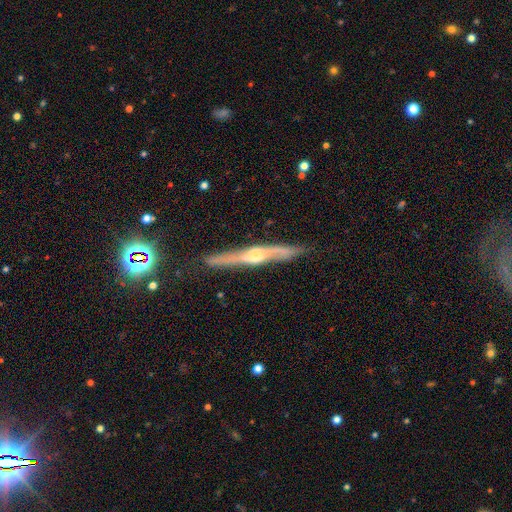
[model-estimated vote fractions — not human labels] A featured or disk galaxy (77%) viewed edge-on (92%) with a rounded central bulge (80%). Merging: none (82%).